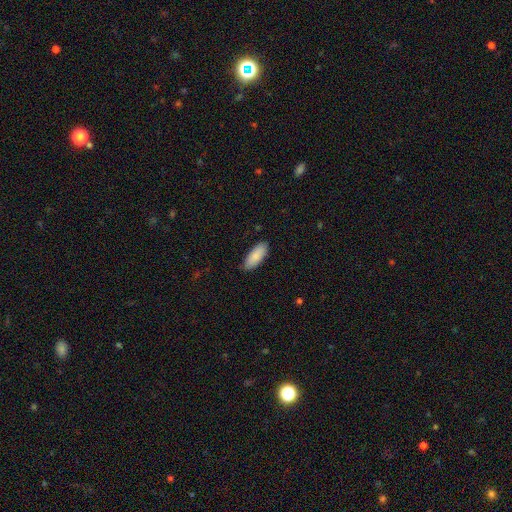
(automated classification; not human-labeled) smooth 88%, featured or disk 6%, star or artifact 5%. Down the decision tree: how rounded — in between (80%); merging — none (85%).